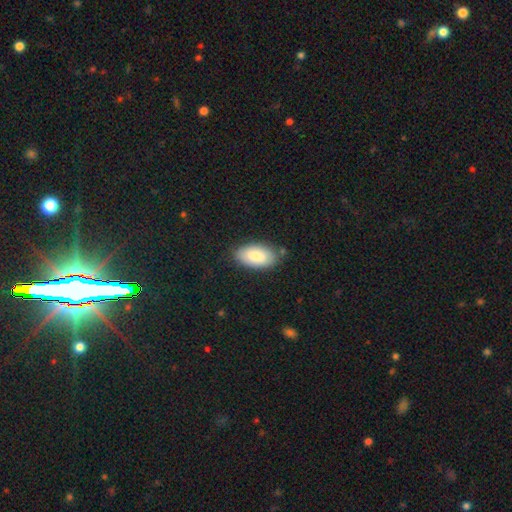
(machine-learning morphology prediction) This is clearly a smooth galaxy (82%). How rounded: clearly in between (94%). Merging: clearly none (81%).